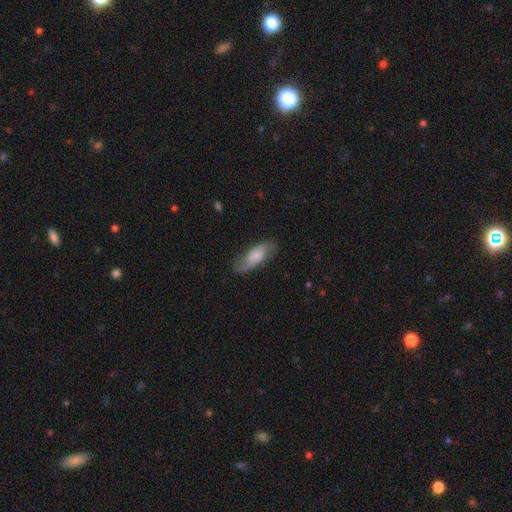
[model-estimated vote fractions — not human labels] Smooth or featured?
  - smooth: 49% *
  - featured or disk: 44%
  - star or artifact: 7%
Merging?
  - none: 73% *
  - minor disturbance: 19%
  - major disturbance: 7%
  - merger: 1%